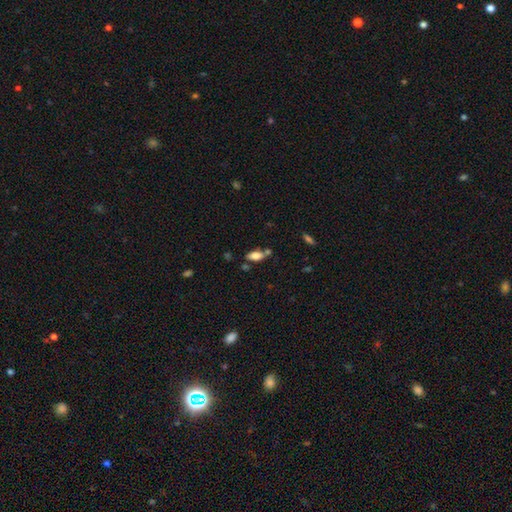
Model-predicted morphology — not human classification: Q: Smooth or featured?
A: smooth (72%); runner-up: featured or disk (19%)
Q: How rounded?
A: in between (82%); runner-up: cigar-shaped (15%)
Q: Merging?
A: none (68%); runner-up: minor disturbance (15%)